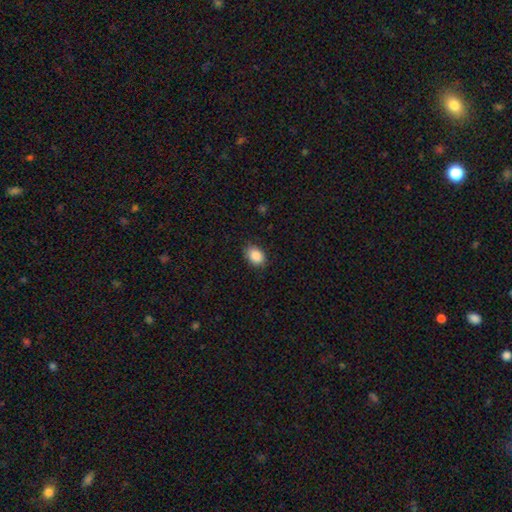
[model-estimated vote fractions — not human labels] Smooth or featured?
  - smooth: 88% *
  - star or artifact: 8%
  - featured or disk: 4%
How rounded?
  - in between: 75% *
  - round: 24%
  - cigar-shaped: 1%
Merging?
  - none: 84% *
  - minor disturbance: 13%
  - major disturbance: 2%
  - merger: 1%